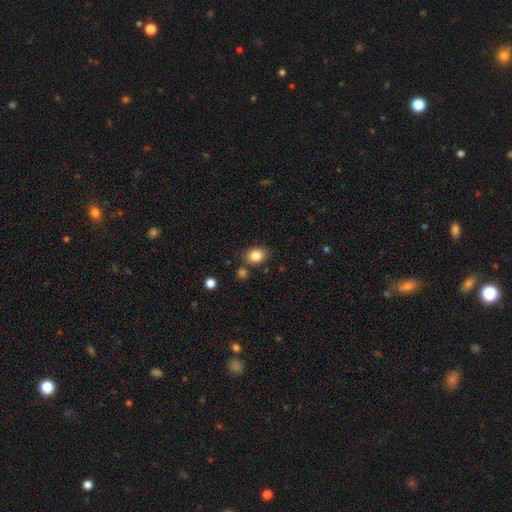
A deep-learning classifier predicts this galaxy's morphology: A smooth galaxy with no disk features (85%) that is in between round and cigar-shaped (65%). Merging: none (78%).